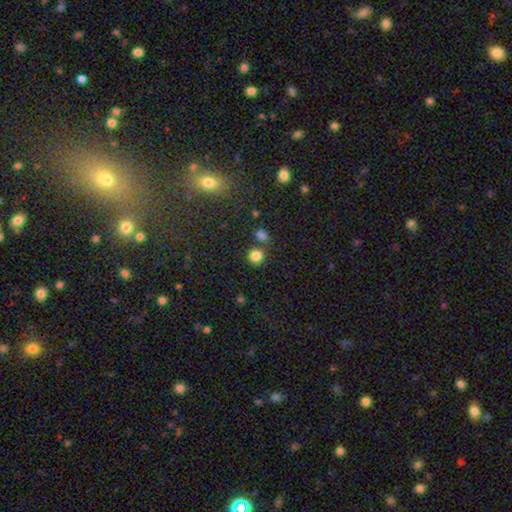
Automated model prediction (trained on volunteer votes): smooth 83%, star or artifact 13%, featured or disk 5%. Down the decision tree: how rounded — round (87%); merging — none (71%).